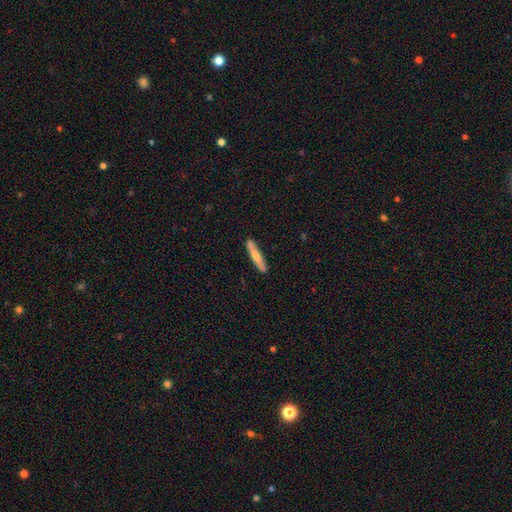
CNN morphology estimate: The model was most divided on "smooth or featured": smooth: 56%, featured or disk: 39%, star or artifact: 6%. More confident: how rounded — cigar-shaped (91%); merging — none (85%).